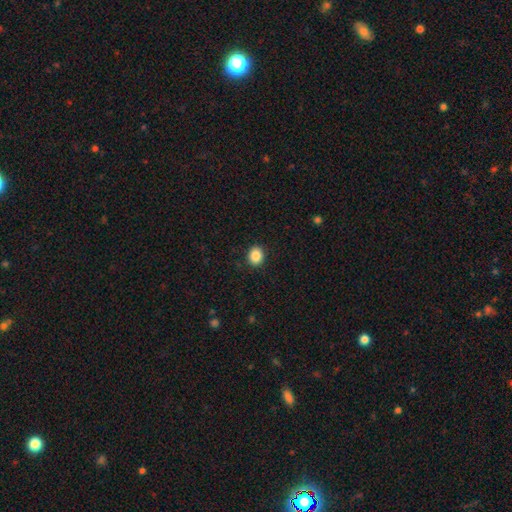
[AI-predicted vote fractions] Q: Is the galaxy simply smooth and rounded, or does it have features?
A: smooth — 87%.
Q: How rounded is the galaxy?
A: round — 67%.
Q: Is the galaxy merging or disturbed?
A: none — 91%.